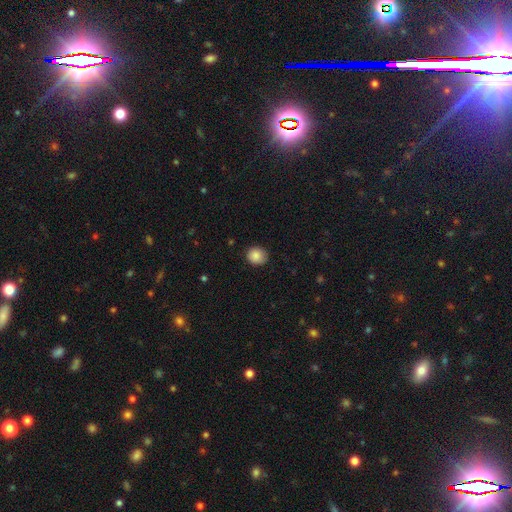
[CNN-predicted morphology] A smooth galaxy with no disk features (87%) that is round (81%).

Vote fractions:
- Smooth or featured? smooth: 87% / star or artifact: 9% / featured or disk: 5%
- How rounded? round: 81% / in between: 18% / cigar-shaped: 1%
- Merging? none: 82% / minor disturbance: 15% / major disturbance: 3% / merger: 1%